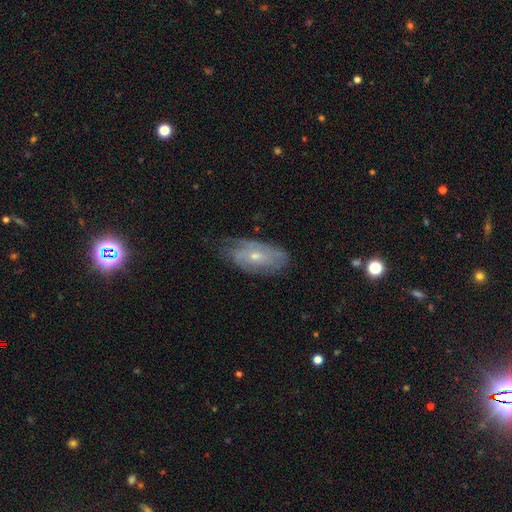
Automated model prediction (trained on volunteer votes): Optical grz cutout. It shows a featured or disk galaxy (65%) with no bar (73%), spiral arms (78%) and a small central bulge (59%). Merging: none (61%).